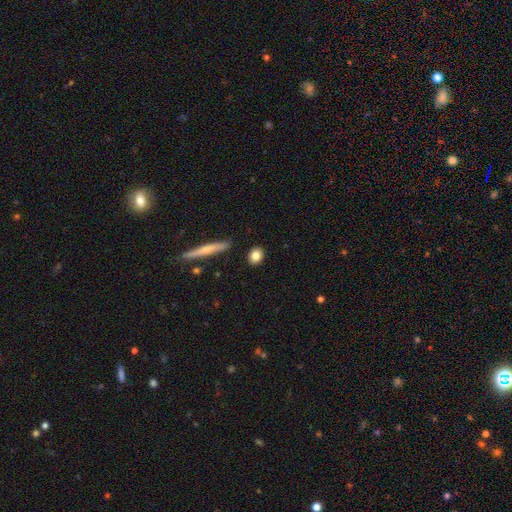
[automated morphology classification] The model was most divided on "how rounded": round: 52%, in between: 43%, cigar-shaped: 6%. More confident: merging — none (89%); smooth or featured — smooth (82%).